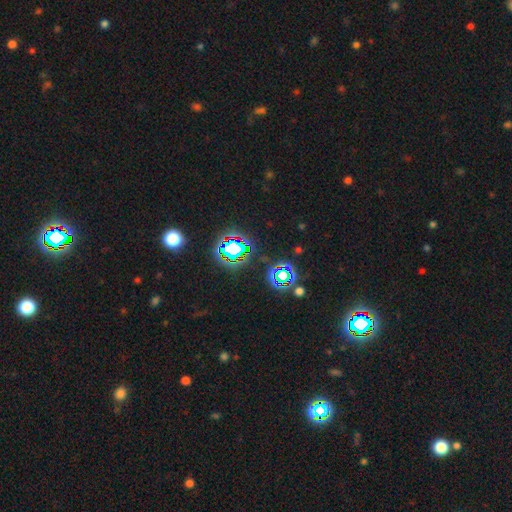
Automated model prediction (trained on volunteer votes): Smooth or featured? Predicted: star or artifact (p=0.80).